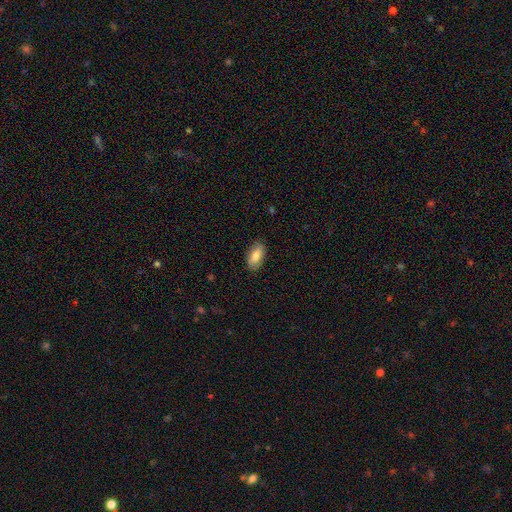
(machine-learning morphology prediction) Smooth or featured: smooth — 82% (featured or disk — 13%)
How rounded: in between — 91% (cigar-shaped — 6%)
Merging: none — 86% (minor disturbance — 11%)